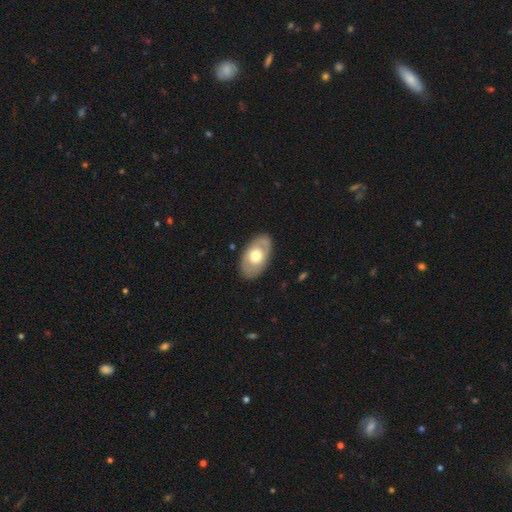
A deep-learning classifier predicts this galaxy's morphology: Smooth or featured?
  - smooth: 51% *
  - featured or disk: 44%
  - star or artifact: 5%
How rounded?
  - in between: 91% *
  - round: 8%
  - cigar-shaped: 2%
Merging?
  - none: 84% *
  - minor disturbance: 12%
  - major disturbance: 3%
  - merger: 1%